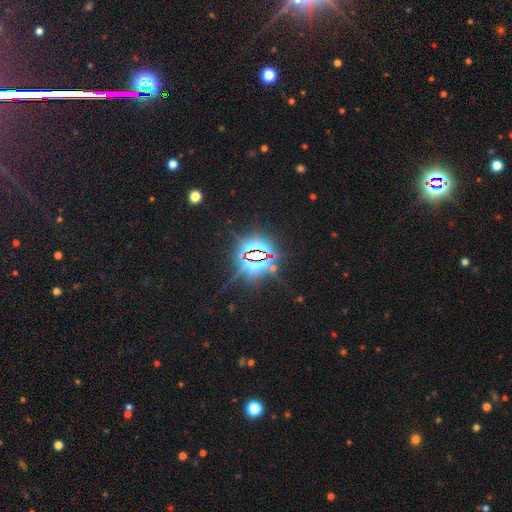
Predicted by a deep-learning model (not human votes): Morphology: type=star or artifact (84%).